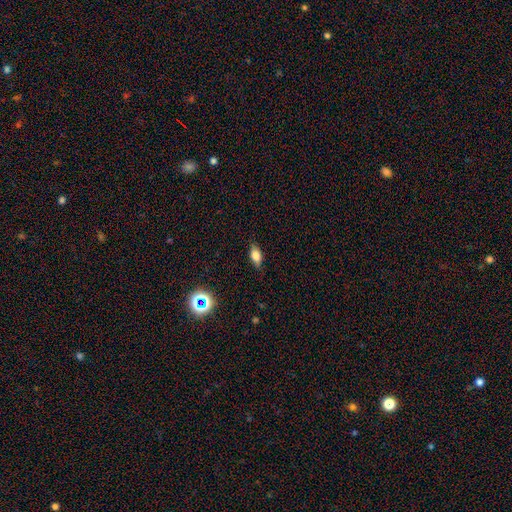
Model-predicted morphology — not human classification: type=smooth (76%); roundness=in between (83%); merging=none (80%).